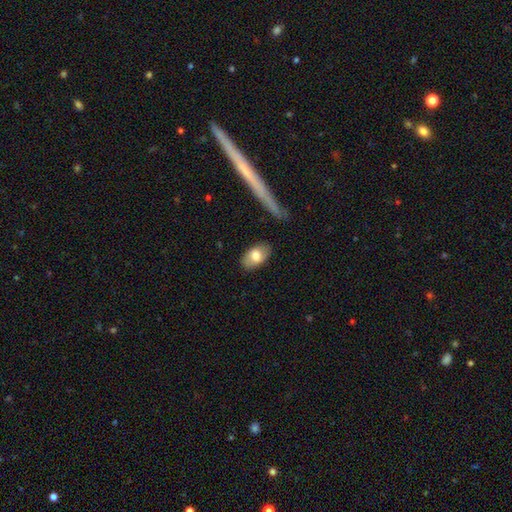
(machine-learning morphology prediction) Smooth or featured? smooth (74%)
How rounded? in between (92%)
Merging? none (82%)